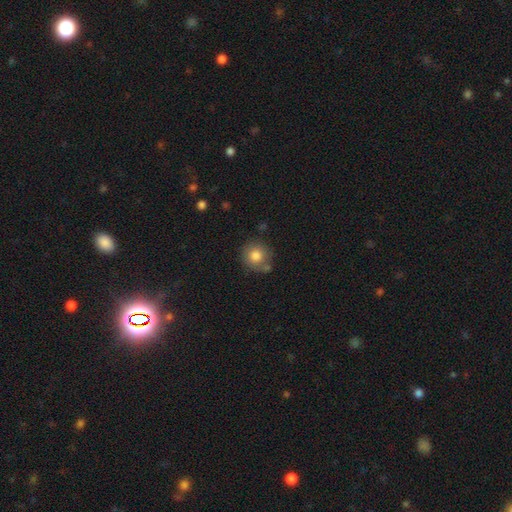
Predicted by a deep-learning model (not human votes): Smooth or featured? Predicted: smooth (p=0.80). How rounded? Predicted: round (p=0.92). Merging? Predicted: none (p=0.73).